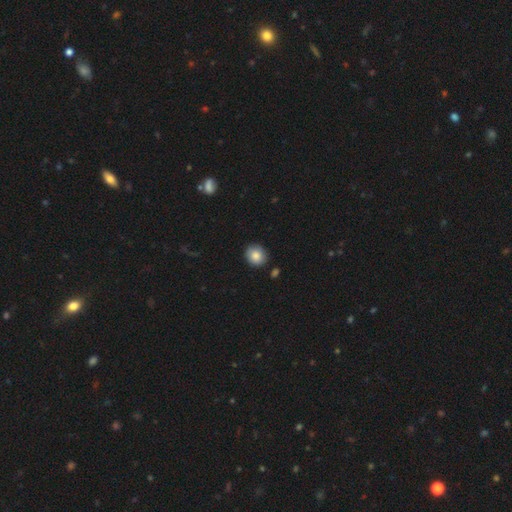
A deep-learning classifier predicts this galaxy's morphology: Smooth or featured: smooth — 85% (star or artifact — 8%)
How rounded: round — 79% (in between — 20%)
Merging: none — 87% (minor disturbance — 10%)